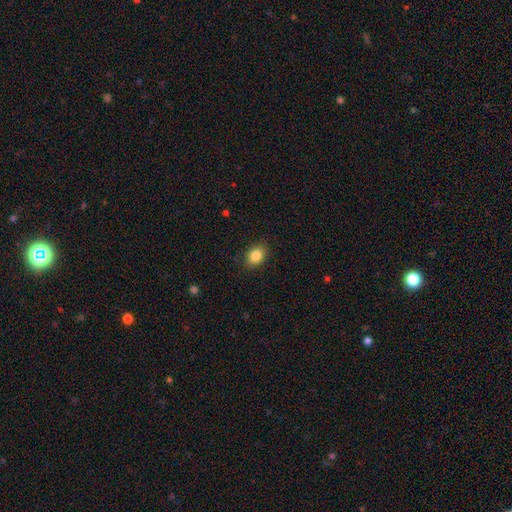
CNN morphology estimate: smooth-or-featured: smooth: 85% | star or artifact: 9% | featured or disk: 6%
  how-rounded: in between: 68% | round: 30% | cigar-shaped: 1%
  merging: none: 87% | minor disturbance: 10% | major disturbance: 2% | merger: 1%